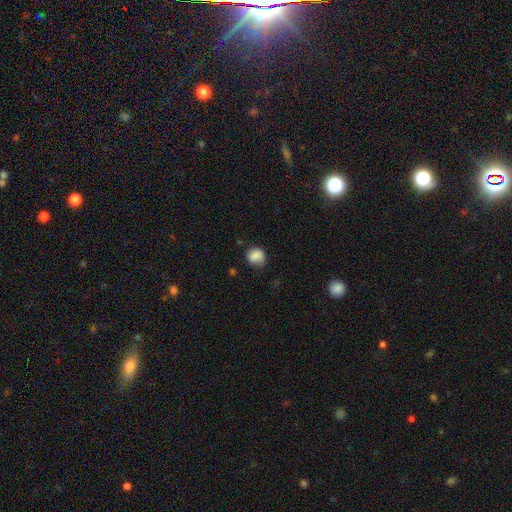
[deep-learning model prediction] smooth 84%, star or artifact 9%, featured or disk 7%. Down the decision tree: how rounded — round (73%); merging — none (65%).